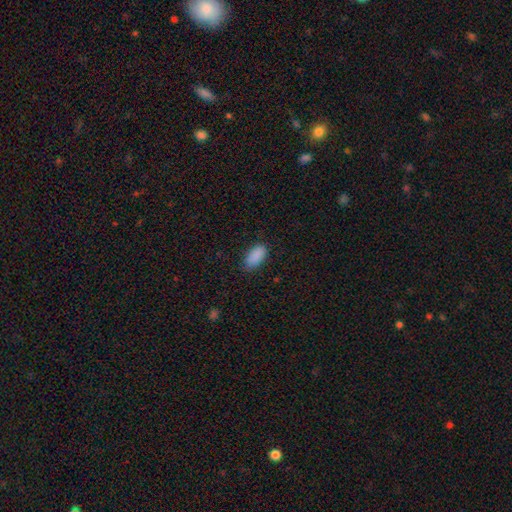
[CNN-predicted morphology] Smooth or featured?
  - smooth: 89% *
  - star or artifact: 7%
  - featured or disk: 3%
How rounded?
  - in between: 93% *
  - cigar-shaped: 4%
  - round: 3%
Merging?
  - none: 81% *
  - minor disturbance: 15%
  - major disturbance: 3%
  - merger: 1%